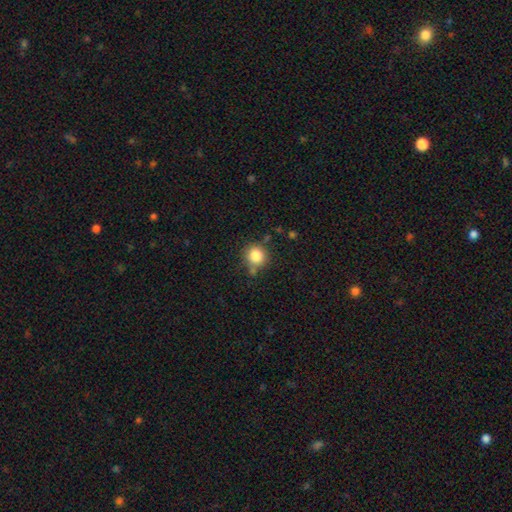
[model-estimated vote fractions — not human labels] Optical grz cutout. It shows a smooth galaxy with no disk features (83%) that is round (89%). Merging: none (74%).